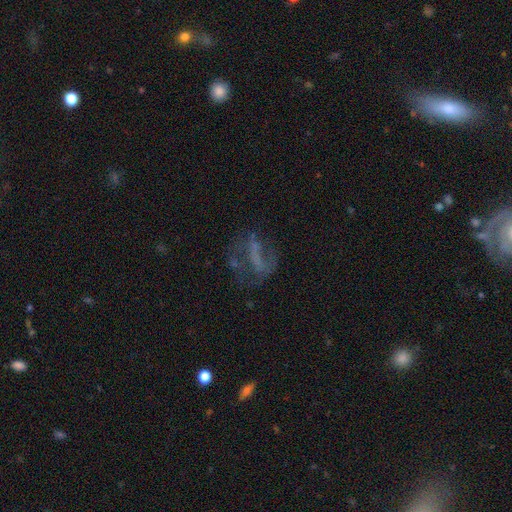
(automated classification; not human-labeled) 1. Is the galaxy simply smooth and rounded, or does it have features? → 55% featured or disk, 25% smooth, 20% star or artifact.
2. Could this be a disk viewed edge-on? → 90% no, 10% yes.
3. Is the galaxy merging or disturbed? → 46% none, 32% major disturbance, 18% minor disturbance, 4% merger.